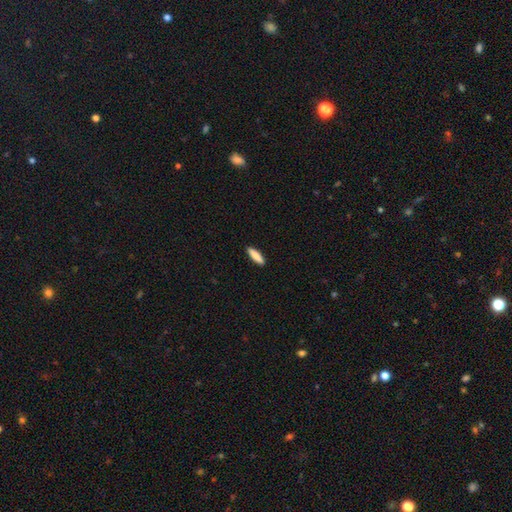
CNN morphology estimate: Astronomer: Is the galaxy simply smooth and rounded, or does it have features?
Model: smooth — 84%.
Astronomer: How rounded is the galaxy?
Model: cigar-shaped — 66%.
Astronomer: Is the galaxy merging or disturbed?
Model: none — 91%.